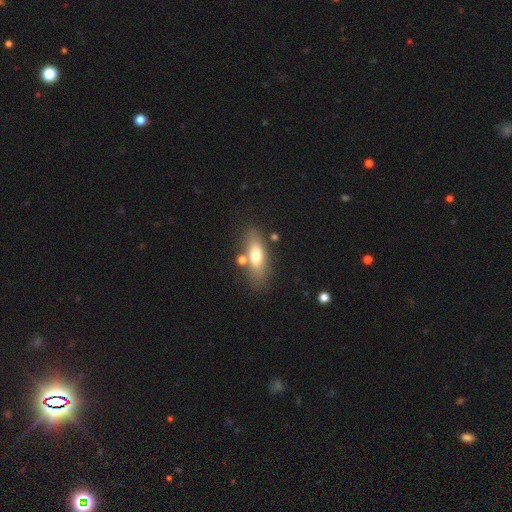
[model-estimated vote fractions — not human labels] A smooth galaxy with no disk features (65%) that is in between round and cigar-shaped (65%).

Vote fractions:
- Smooth or featured? smooth: 65% / featured or disk: 27% / star or artifact: 8%
- How rounded? in between: 65% / cigar-shaped: 31% / round: 4%
- Merging? none: 72% / minor disturbance: 13% / merger: 11% / major disturbance: 5%